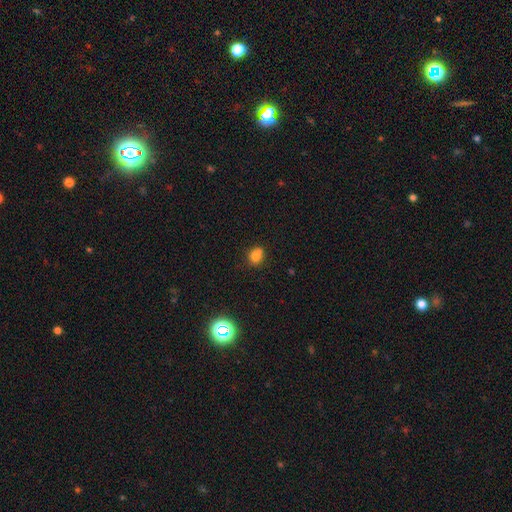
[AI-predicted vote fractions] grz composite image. It shows a smooth galaxy with no disk features (76%) that is round (63%). Merging: none (53%).